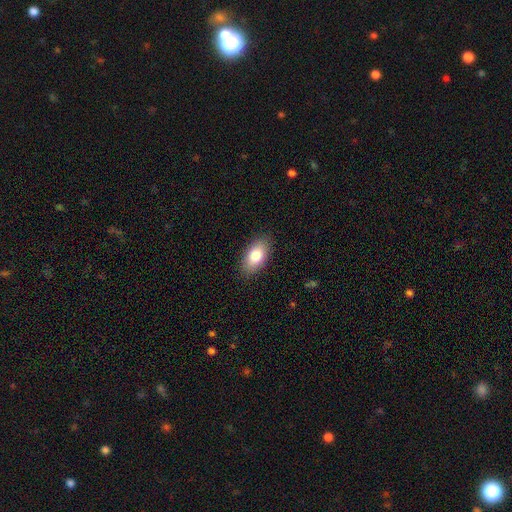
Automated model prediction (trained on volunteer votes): Smooth or featured? Predicted: smooth (p=0.82). How rounded? Predicted: in between (p=0.92). Merging? Predicted: none (p=0.87).